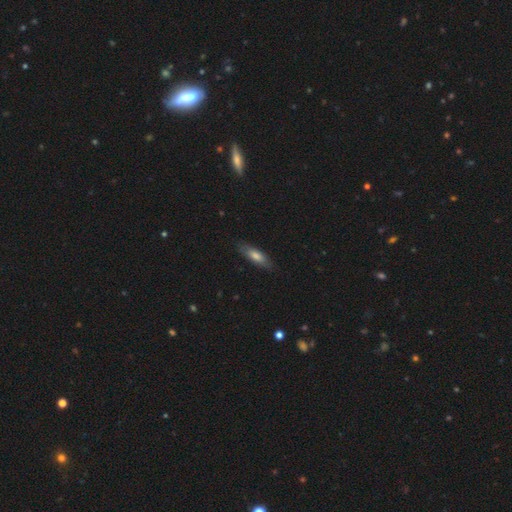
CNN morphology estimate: A smooth galaxy with no disk features (71%) that is in between round and cigar-shaped (52%). Merging: none (83%).